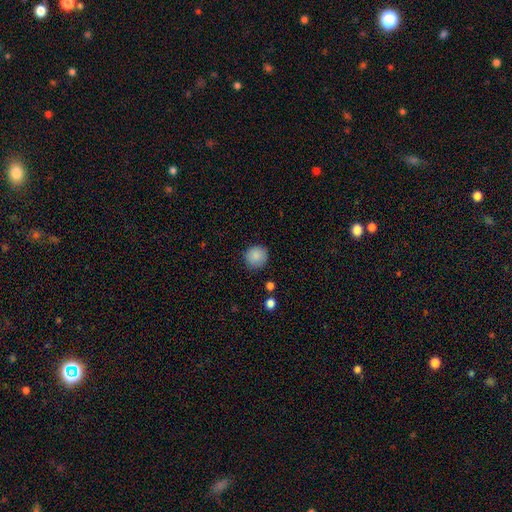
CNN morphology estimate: A smooth galaxy with no disk features (87%) that is round (93%). Merging: none (88%).